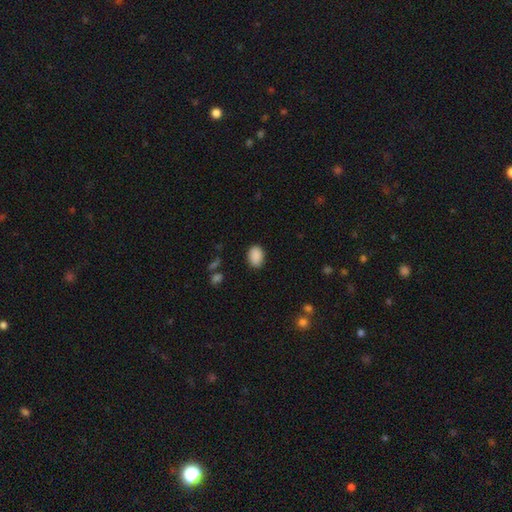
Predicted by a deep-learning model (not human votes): Smooth or featured? Predicted: smooth (p=0.89). How rounded? Predicted: in between (p=0.79). Merging? Predicted: none (p=0.86).